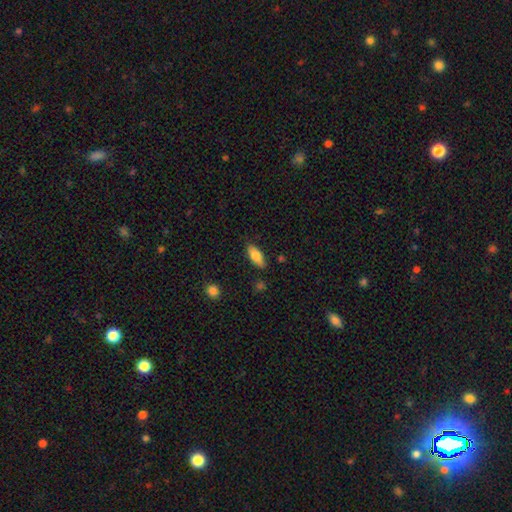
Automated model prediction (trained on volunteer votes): Q: Smooth or featured?
A: smooth (78%); runner-up: featured or disk (15%)
Q: How rounded?
A: in between (79%); runner-up: cigar-shaped (18%)
Q: Merging?
A: none (83%); runner-up: minor disturbance (13%)